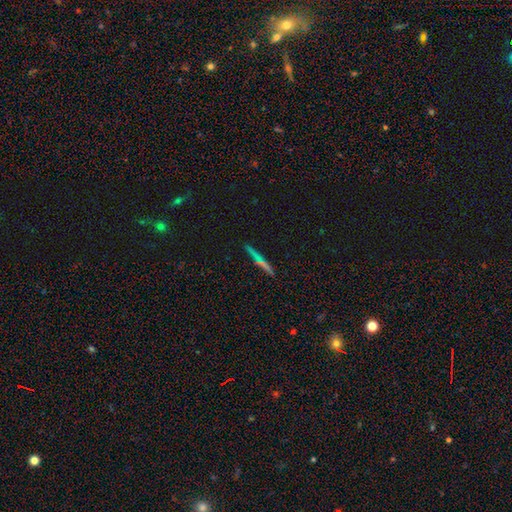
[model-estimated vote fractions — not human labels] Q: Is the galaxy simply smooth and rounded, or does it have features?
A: featured or disk — 55%.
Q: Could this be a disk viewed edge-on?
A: yes — 96%.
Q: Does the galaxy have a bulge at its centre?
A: none — 55%.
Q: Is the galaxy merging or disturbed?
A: none — 89%.